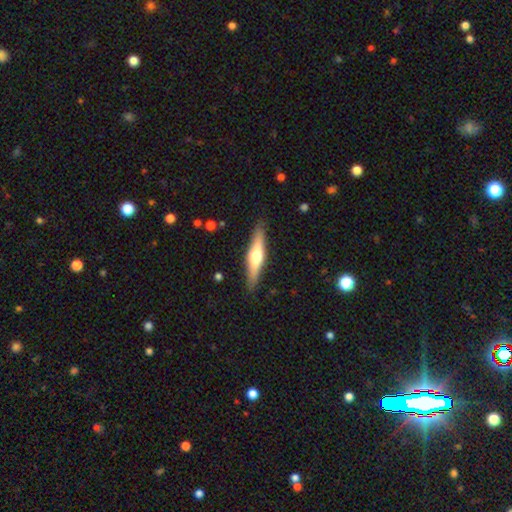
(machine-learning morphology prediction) smooth_or_featured: featured or disk (p=0.57) [alt: smooth p=0.38]
disk_edge_on: yes (p=0.94) [alt: no p=0.06]
edge_on_bulge: rounded (p=0.91) [alt: boxy p=0.05]
merging: none (p=0.88) [alt: minor disturbance p=0.09]